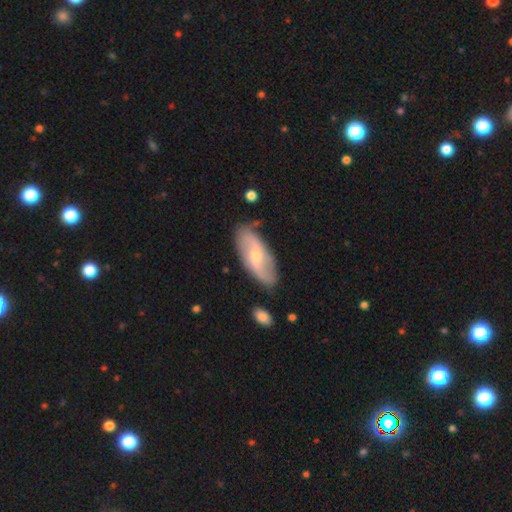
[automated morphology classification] A featured or disk galaxy (69%) with a weak bar (45%), 2 (86%) loose (61%) spiral arms (86%) and a small central bulge (56%). Merging: none (81%).